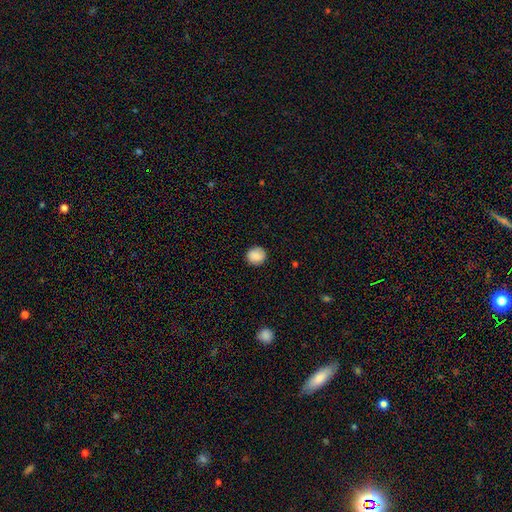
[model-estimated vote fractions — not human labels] smooth_or_featured: smooth (p=0.87) [alt: star or artifact p=0.08]
how_rounded: round (p=0.90) [alt: in between p=0.09]
merging: none (p=0.90) [alt: minor disturbance p=0.07]